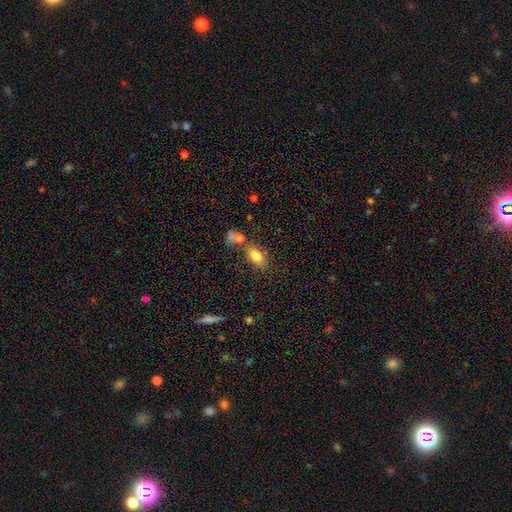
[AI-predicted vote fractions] Smooth or featured? Predicted: smooth (p=0.79). How rounded? Predicted: in between (p=0.83). Merging? Predicted: none (p=0.56).